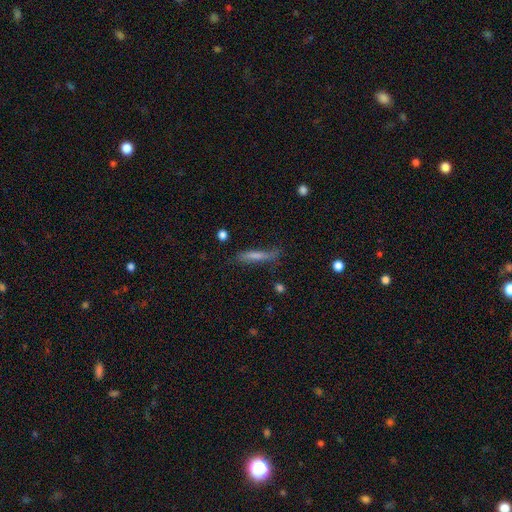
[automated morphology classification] A smooth galaxy with no disk features (57%) that is cigar-shaped (90%).

Vote fractions:
- Smooth or featured? smooth: 57% / featured or disk: 34% / star or artifact: 10%
- How rounded? cigar-shaped: 90% / in between: 8% / round: 2%
- Merging? none: 65% / minor disturbance: 24% / major disturbance: 8% / merger: 3%